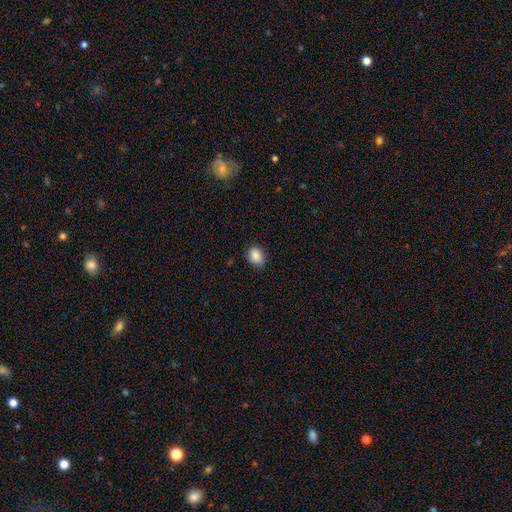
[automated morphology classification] A smooth galaxy with no disk features (87%) that is in between round and cigar-shaped (75%).

Vote fractions:
- Smooth or featured? smooth: 87% / star or artifact: 8% / featured or disk: 4%
- How rounded? in between: 75% / round: 23% / cigar-shaped: 2%
- Merging? none: 82% / minor disturbance: 14% / major disturbance: 3% / merger: 1%